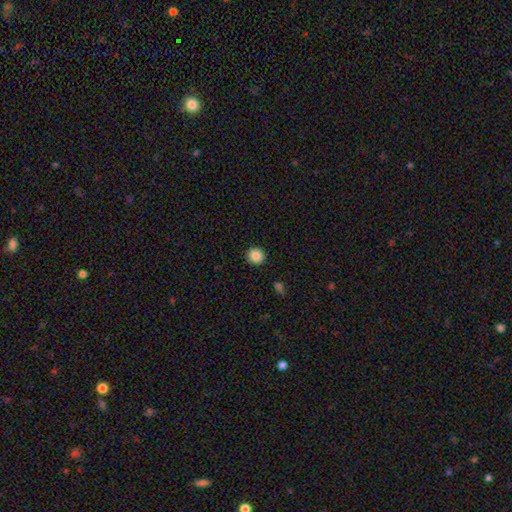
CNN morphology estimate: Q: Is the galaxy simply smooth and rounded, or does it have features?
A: smooth — 86%.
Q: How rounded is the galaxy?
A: round — 91%.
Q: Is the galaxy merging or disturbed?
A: none — 91%.